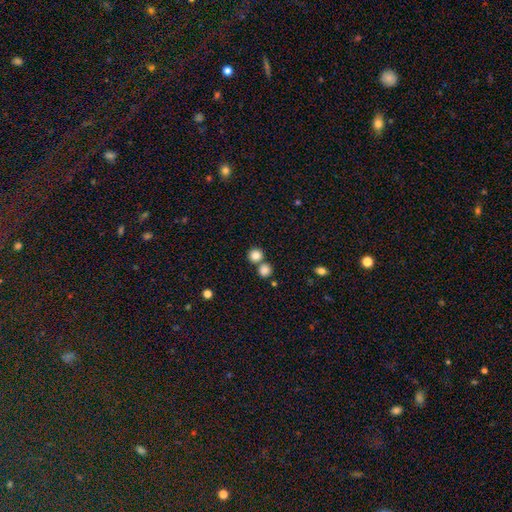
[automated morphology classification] This is clearly a smooth galaxy (84%). How rounded: clearly round (91%). Merging: likely none (64%).